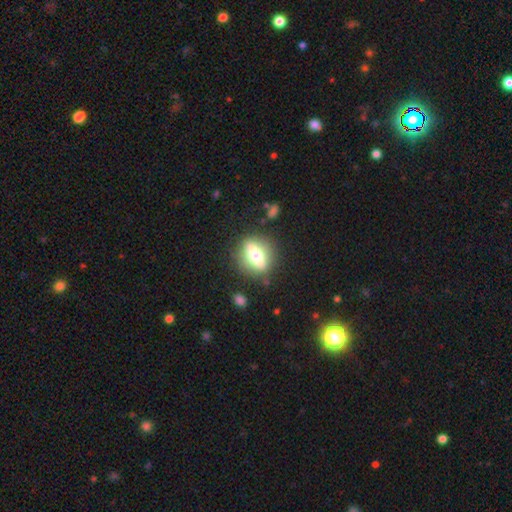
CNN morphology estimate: A featured or disk galaxy (48%).

Vote fractions:
- Smooth or featured? featured or disk: 48% / smooth: 44% / star or artifact: 9%
- Merging? none: 83% / minor disturbance: 10% / major disturbance: 5% / merger: 2%